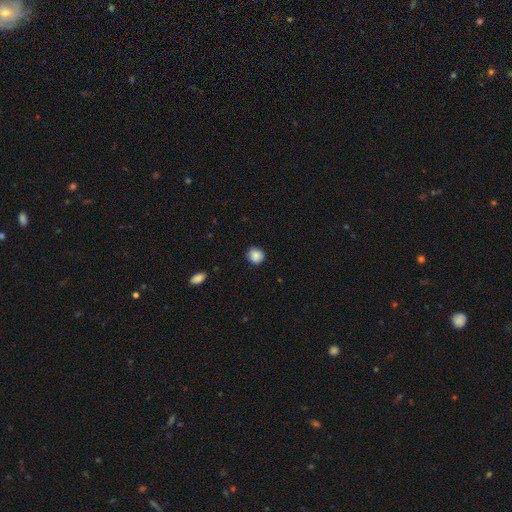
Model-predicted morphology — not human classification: A smooth galaxy with no disk features (87%) that is round (87%).

Vote fractions:
- Smooth or featured? smooth: 87% / star or artifact: 9% / featured or disk: 4%
- How rounded? round: 87% / in between: 12% / cigar-shaped: 1%
- Merging? none: 86% / minor disturbance: 10% / major disturbance: 2% / merger: 1%